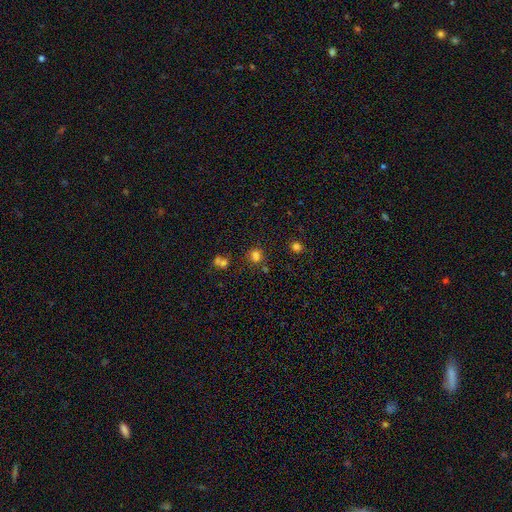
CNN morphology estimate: type=smooth (71%); roundness=round (66%); merging=none (67%).